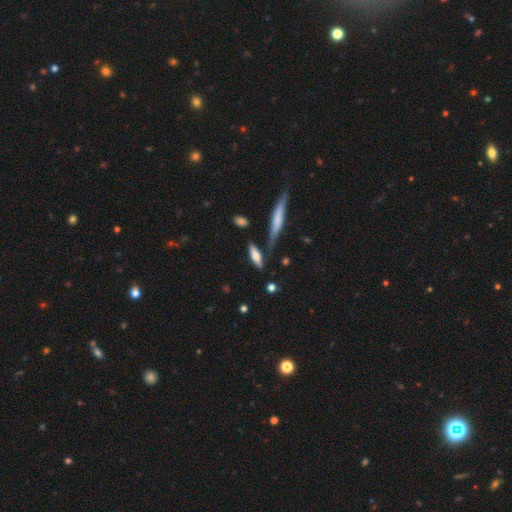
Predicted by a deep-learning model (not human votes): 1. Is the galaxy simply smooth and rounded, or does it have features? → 61% smooth, 32% featured or disk, 7% star or artifact.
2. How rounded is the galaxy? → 57% cigar-shaped, 40% in between, 2% round.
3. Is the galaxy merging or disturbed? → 71% none, 17% minor disturbance, 8% merger, 4% major disturbance.